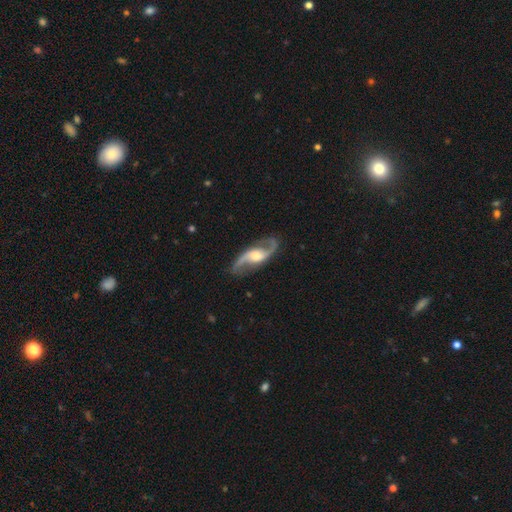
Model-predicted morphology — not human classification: A featured or disk galaxy (91%) with no bar (45%), 2 (94%) loose (62%) spiral arms (98%) and a moderate central bulge (60%). Merging: none (83%).